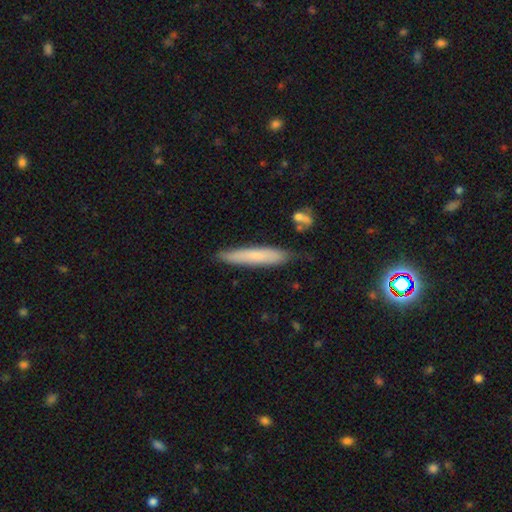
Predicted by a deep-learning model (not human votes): smooth_or_featured: smooth (p=0.71) [alt: featured or disk p=0.23]
how_rounded: cigar-shaped (p=0.92) [alt: in between p=0.07]
merging: none (p=0.81) [alt: minor disturbance p=0.14]